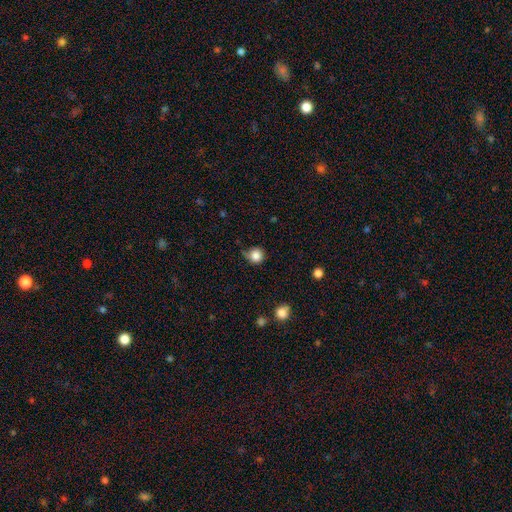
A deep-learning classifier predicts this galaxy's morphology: Q: Smooth or featured?
A: smooth (84%); runner-up: star or artifact (10%)
Q: How rounded?
A: round (92%); runner-up: in between (7%)
Q: Merging?
A: none (65%); runner-up: minor disturbance (25%)